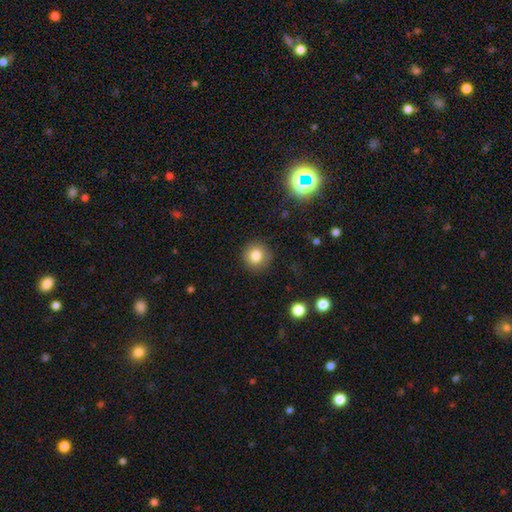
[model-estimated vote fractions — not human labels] smooth-or-featured: smooth: 81% | star or artifact: 12% | featured or disk: 7%
  how-rounded: round: 92% | in between: 7% | cigar-shaped: 1%
  merging: none: 89% | minor disturbance: 7% | major disturbance: 2% | merger: 1%